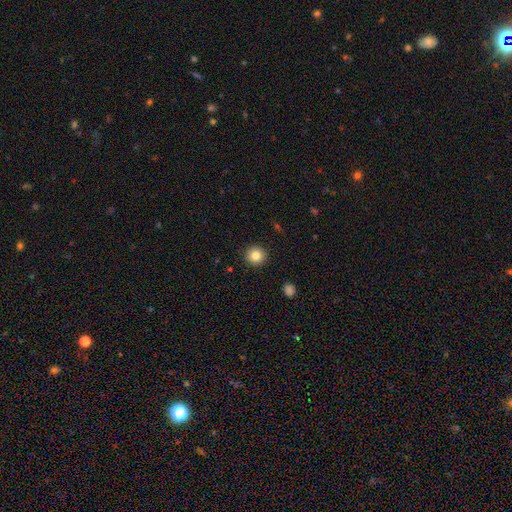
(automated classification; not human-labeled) Smooth or featured? smooth (83%)
How rounded? round (92%)
Merging? none (92%)